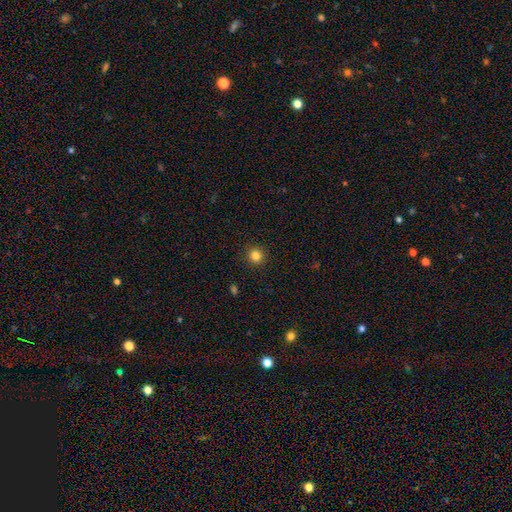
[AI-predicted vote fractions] Smooth or featured: smooth — 83% (star or artifact — 12%)
How rounded: round — 94% (in between — 5%)
Merging: none — 92% (minor disturbance — 5%)